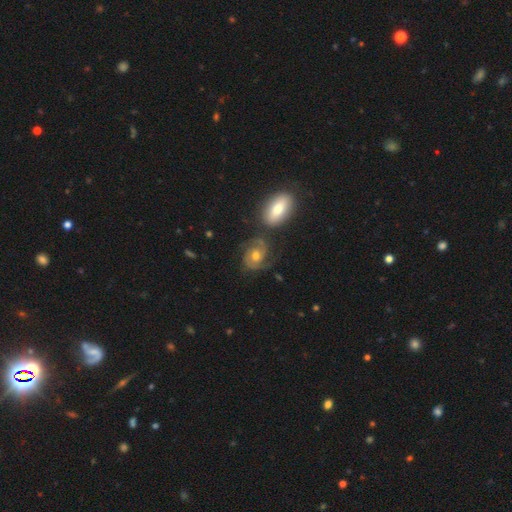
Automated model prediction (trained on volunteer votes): A featured or disk galaxy (73%) with no bar (70%), 2 (75%) medium (45%) spiral arms (92%) and a moderate central bulge (70%). Merging: none (58%).